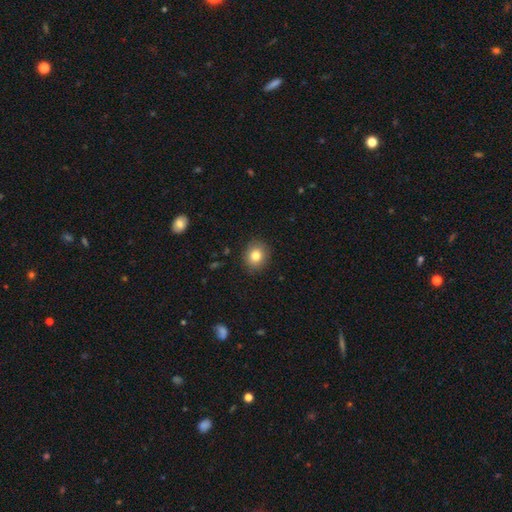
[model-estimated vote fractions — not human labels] Smooth or featured?
  - smooth: 82% *
  - star or artifact: 10%
  - featured or disk: 8%
How rounded?
  - round: 75% *
  - in between: 24%
  - cigar-shaped: 1%
Merging?
  - none: 89% *
  - minor disturbance: 8%
  - major disturbance: 2%
  - merger: 1%